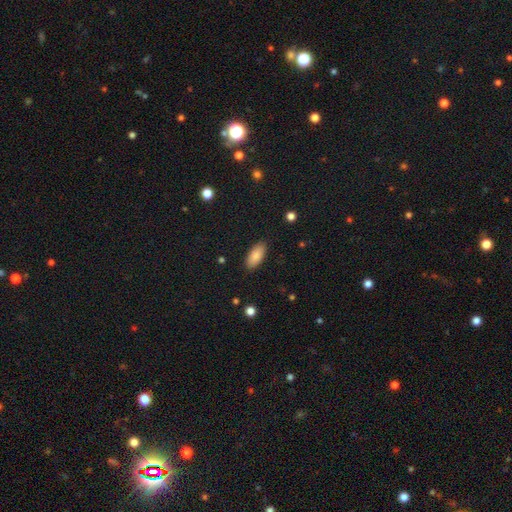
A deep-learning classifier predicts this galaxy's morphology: A smooth galaxy with no disk features (85%) that is in between round and cigar-shaped (89%).

Vote fractions:
- Smooth or featured? smooth: 85% / featured or disk: 7% / star or artifact: 7%
- How rounded? in between: 89% / cigar-shaped: 9% / round: 2%
- Merging? none: 88% / minor disturbance: 9% / major disturbance: 2% / merger: 1%